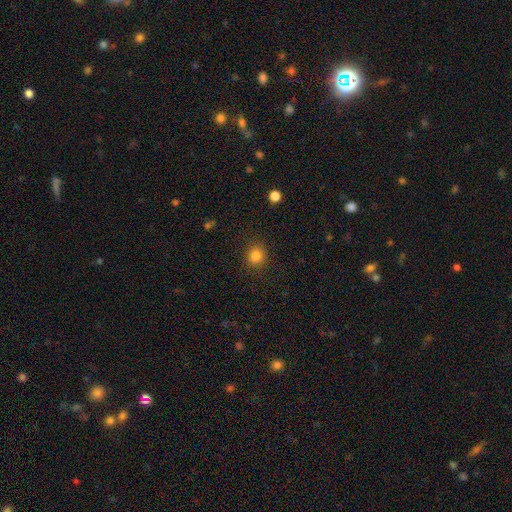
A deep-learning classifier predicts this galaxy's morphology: This appears to be a smooth galaxy with no disk features (83%) that is round (85%). Merging: none (88%).